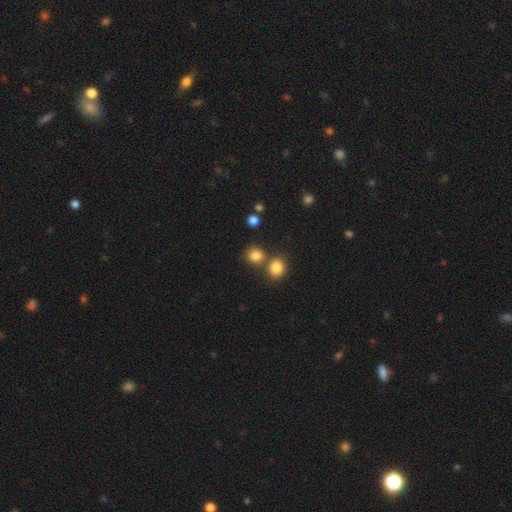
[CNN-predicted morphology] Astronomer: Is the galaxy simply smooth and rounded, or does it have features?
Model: smooth — 82%.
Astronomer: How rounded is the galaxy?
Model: round — 79%.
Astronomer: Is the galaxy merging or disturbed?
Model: none — 62%.